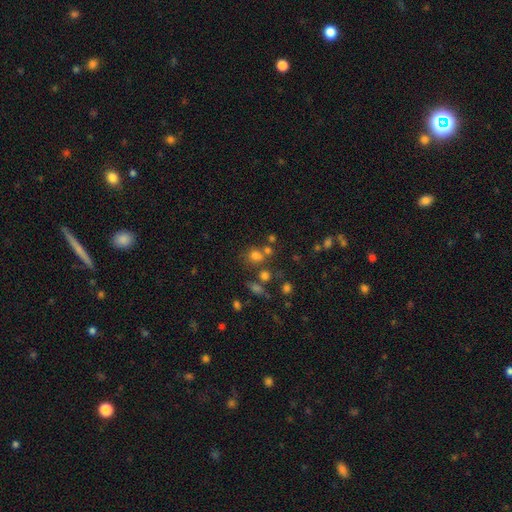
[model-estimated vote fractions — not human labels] Overall: smooth (69%). How rounded: round (79%). Merging: none (58%; merger 26%).